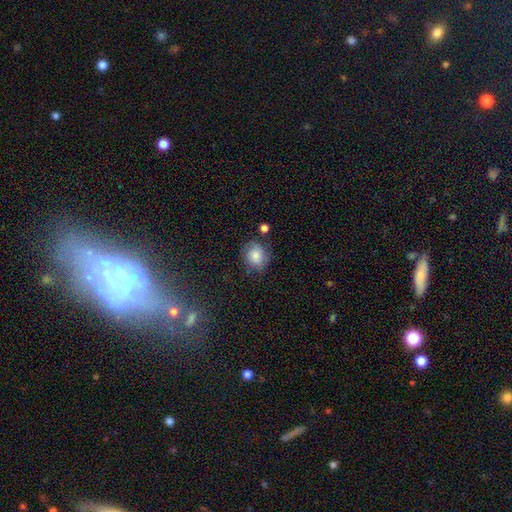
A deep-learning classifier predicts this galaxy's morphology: The model was most divided on "how rounded": round: 63%, in between: 36%, cigar-shaped: 1%. More confident: smooth or featured — smooth (76%); merging — none (71%).